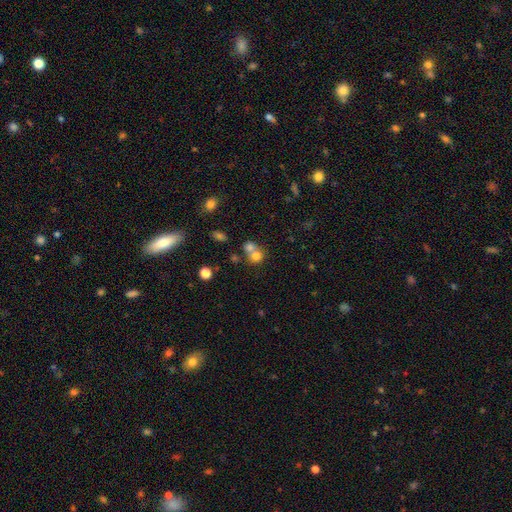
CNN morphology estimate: Q: Smooth or featured?
A: smooth (74%); runner-up: featured or disk (14%)
Q: How rounded?
A: round (79%); runner-up: in between (20%)
Q: Merging?
A: merger (56%); runner-up: none (35%)